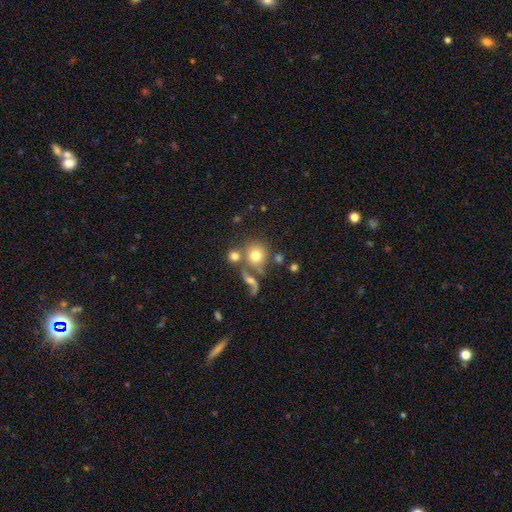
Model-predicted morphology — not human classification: Q: Smooth or featured?
A: smooth (70%); runner-up: featured or disk (19%)
Q: How rounded?
A: round (83%); runner-up: in between (15%)
Q: Merging?
A: none (52%); runner-up: merger (28%)